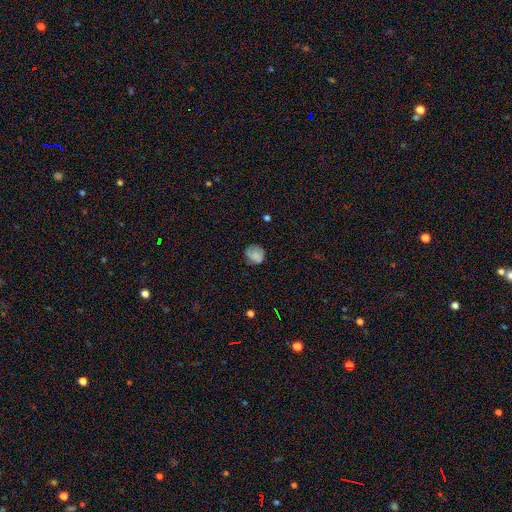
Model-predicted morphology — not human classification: Smooth or featured? smooth (75%)
How rounded? round (81%)
Merging? none (71%)